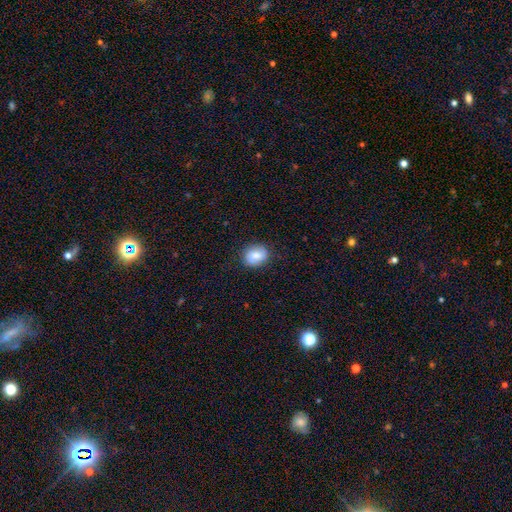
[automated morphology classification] Smooth or featured: smooth — 69% (featured or disk — 23%)
How rounded: round — 68% (in between — 31%)
Merging: none — 84% (minor disturbance — 12%)